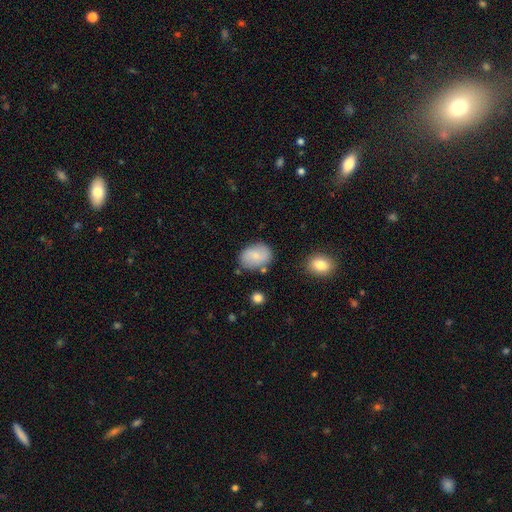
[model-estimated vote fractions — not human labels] smooth-or-featured: smooth: 70% | featured or disk: 22% | star or artifact: 8%
  how-rounded: in between: 72% | round: 27% | cigar-shaped: 1%
  merging: none: 77% | minor disturbance: 15% | merger: 4% | major disturbance: 4%